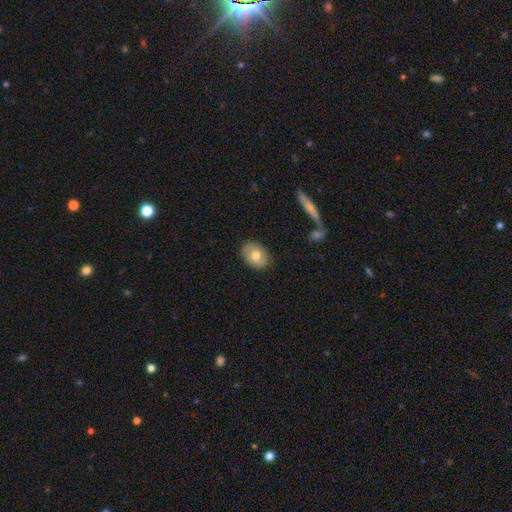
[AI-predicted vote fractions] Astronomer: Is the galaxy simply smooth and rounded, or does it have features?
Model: smooth — 65%.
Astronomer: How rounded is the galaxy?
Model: in between — 65%.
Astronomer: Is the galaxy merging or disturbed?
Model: none — 82%.